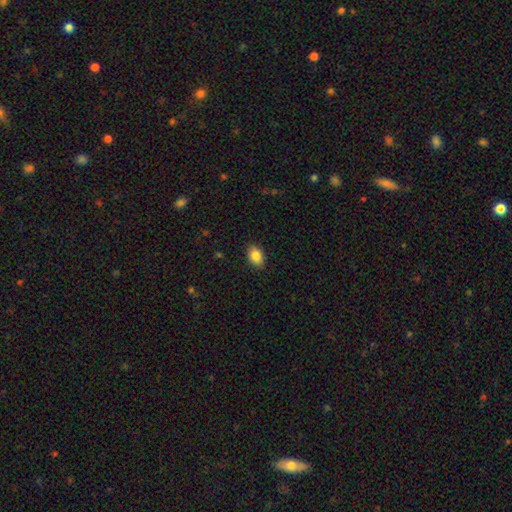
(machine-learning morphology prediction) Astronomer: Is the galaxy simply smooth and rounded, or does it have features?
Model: smooth — 87%.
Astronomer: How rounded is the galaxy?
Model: in between — 85%.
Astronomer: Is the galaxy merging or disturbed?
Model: none — 87%.